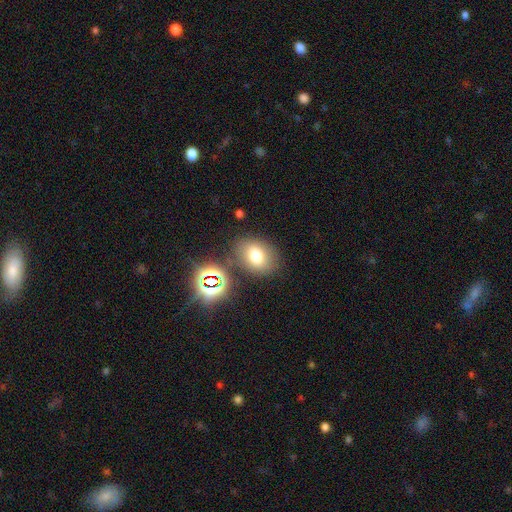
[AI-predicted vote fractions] Smooth or featured: smooth — 72% (star or artifact — 16%)
How rounded: in between — 59% (round — 40%)
Merging: none — 76% (minor disturbance — 13%)